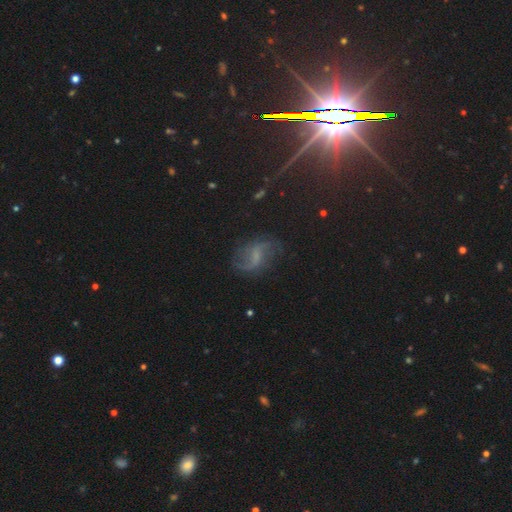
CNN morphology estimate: type=featured or disk (72%); edge-on=no (96%); bar=weak (53%); spiral arms=yes (90%); winding=loose (71%); arm count=2 (86%); bulge=none (40%); merging=none (70%).